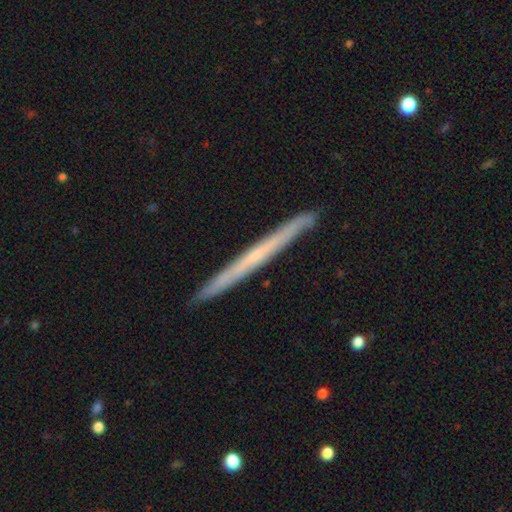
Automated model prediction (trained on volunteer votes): smooth_or_featured: featured or disk (p=0.60) [alt: smooth p=0.34]
disk_edge_on: yes (p=0.97) [alt: no p=0.03]
edge_on_bulge: none (p=0.80) [alt: rounded p=0.17]
merging: none (p=0.92) [alt: minor disturbance p=0.06]